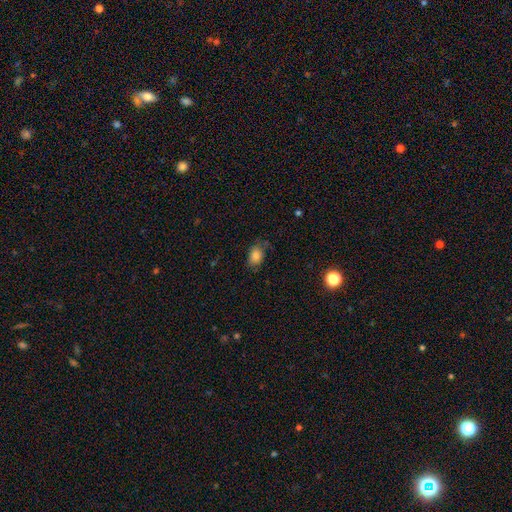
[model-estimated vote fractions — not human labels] Q: Smooth or featured?
A: smooth (80%); runner-up: star or artifact (10%)
Q: How rounded?
A: in between (80%); runner-up: round (19%)
Q: Merging?
A: none (68%); runner-up: minor disturbance (23%)